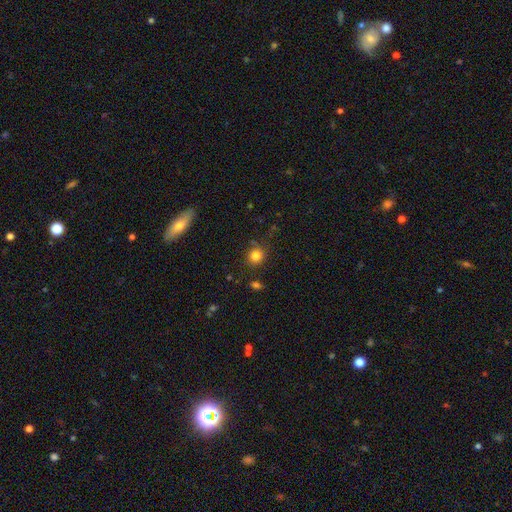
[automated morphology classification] This appears to be a smooth galaxy with no disk features (82%) that is round (87%). Merging: none (80%).